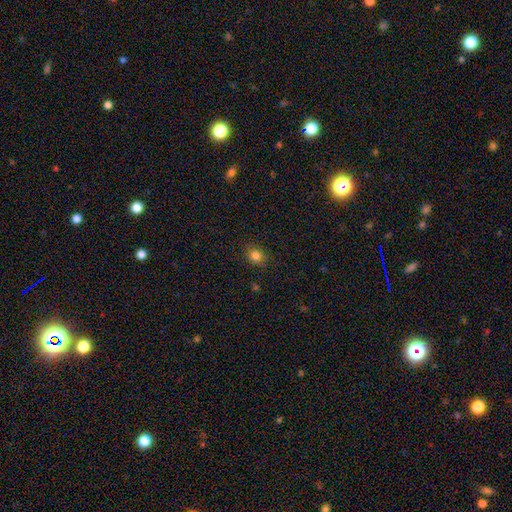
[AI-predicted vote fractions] A smooth galaxy with no disk features (81%) that is round (67%). Merging: none (83%).